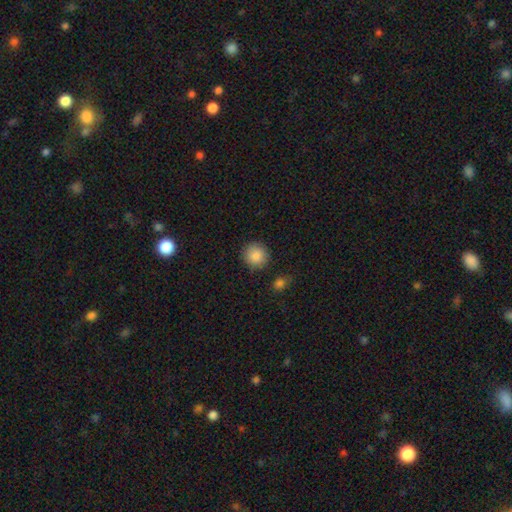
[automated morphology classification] type=smooth (88%); roundness=round (93%); merging=none (87%).